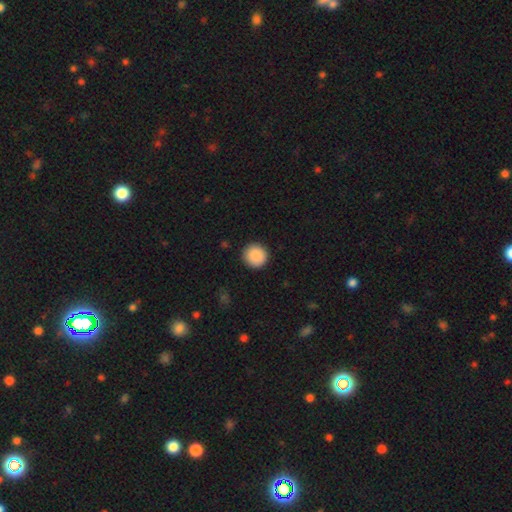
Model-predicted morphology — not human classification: A smooth galaxy with no disk features (88%) that is round (95%).

Vote fractions:
- Smooth or featured? smooth: 88% / star or artifact: 8% / featured or disk: 4%
- How rounded? round: 95% / in between: 4% / cigar-shaped: 1%
- Merging? none: 92% / minor disturbance: 5% / major disturbance: 2% / merger: 1%